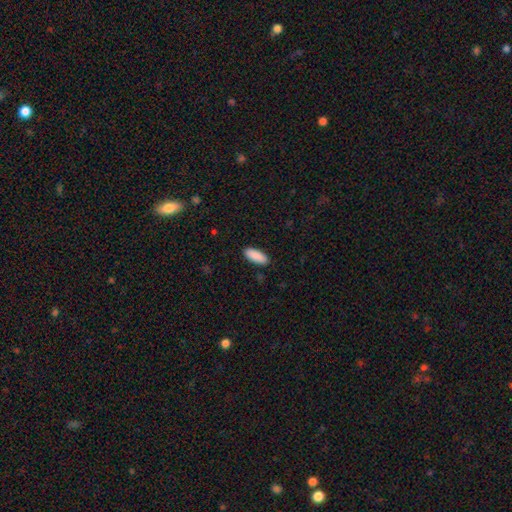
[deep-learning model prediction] Overall: smooth (91%). How rounded: in between (79%). Merging: none (89%).